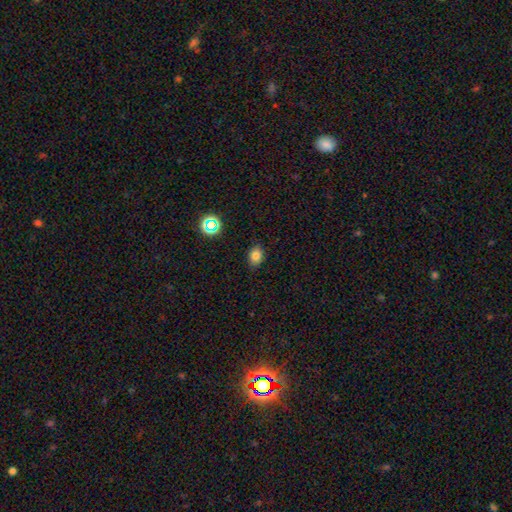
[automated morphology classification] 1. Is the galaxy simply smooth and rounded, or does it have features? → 78% smooth, 14% star or artifact, 8% featured or disk.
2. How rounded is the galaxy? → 72% in between, 27% round, 1% cigar-shaped.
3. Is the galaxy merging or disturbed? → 83% none, 13% minor disturbance, 3% major disturbance, 1% merger.